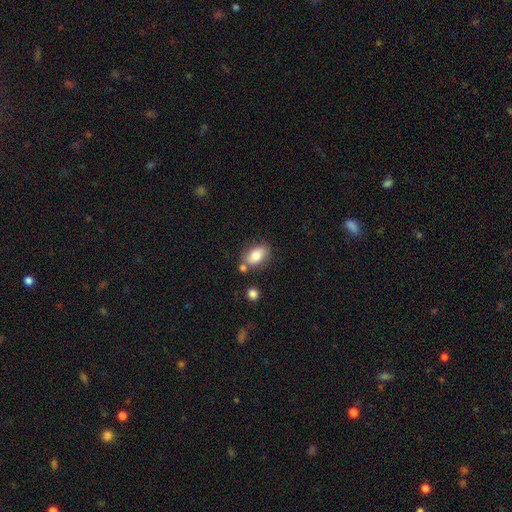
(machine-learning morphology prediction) smooth 80%, featured or disk 12%, star or artifact 8%. Down the decision tree: how rounded — in between (87%); merging — none (68%).